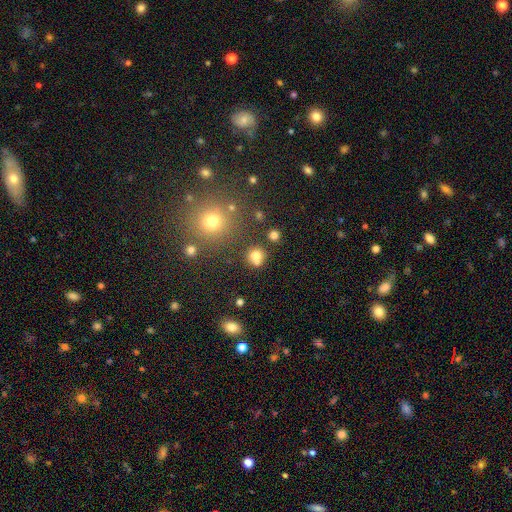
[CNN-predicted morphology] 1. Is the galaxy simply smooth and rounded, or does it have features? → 75% smooth, 16% star or artifact, 9% featured or disk.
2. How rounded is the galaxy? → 88% round, 11% in between, 1% cigar-shaped.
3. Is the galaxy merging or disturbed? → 65% none, 22% merger, 9% minor disturbance, 4% major disturbance.